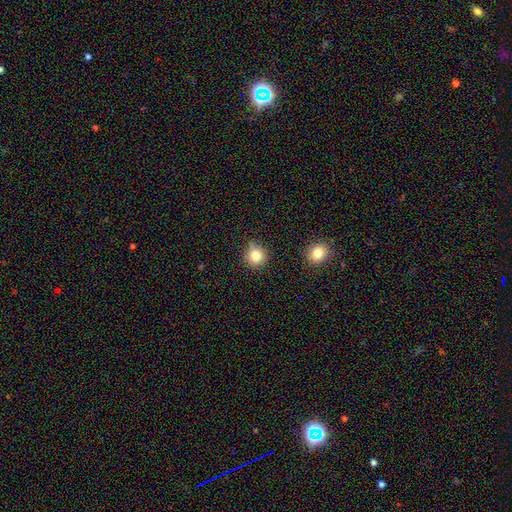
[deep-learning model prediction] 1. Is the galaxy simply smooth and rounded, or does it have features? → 80% smooth, 12% star or artifact, 8% featured or disk.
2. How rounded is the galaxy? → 91% round, 8% in between, 1% cigar-shaped.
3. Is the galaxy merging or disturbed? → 76% none, 16% minor disturbance, 4% merger, 4% major disturbance.